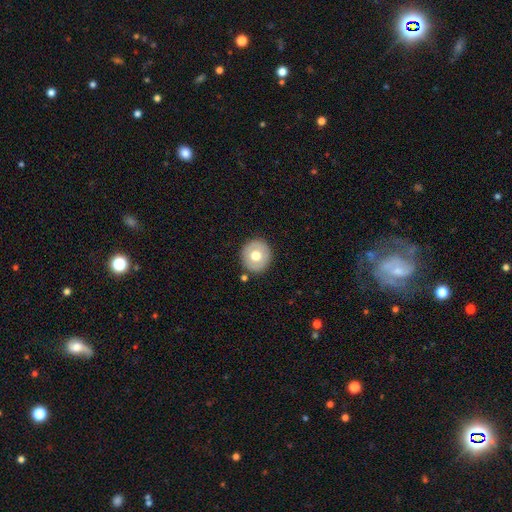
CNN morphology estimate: Smooth or featured: smooth — 64% (featured or disk — 28%)
How rounded: round — 91% (in between — 8%)
Merging: none — 88% (minor disturbance — 8%)